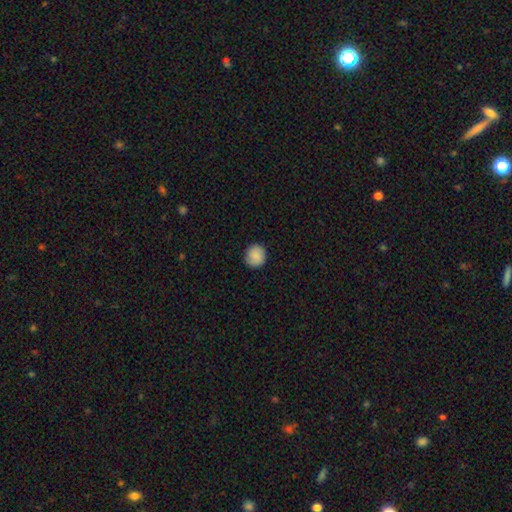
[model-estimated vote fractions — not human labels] The model was most divided on "merging": none: 88%, minor disturbance: 9%, major disturbance: 2%, merger: 1%. More confident: how rounded — round (90%); smooth or featured — smooth (87%).